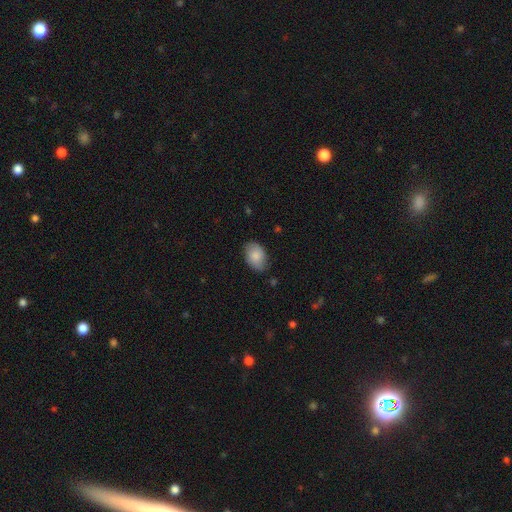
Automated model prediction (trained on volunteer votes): smooth_or_featured: smooth (p=0.83) [alt: featured or disk p=0.11]
how_rounded: in between (p=0.85) [alt: round p=0.14]
merging: none (p=0.78) [alt: minor disturbance p=0.17]